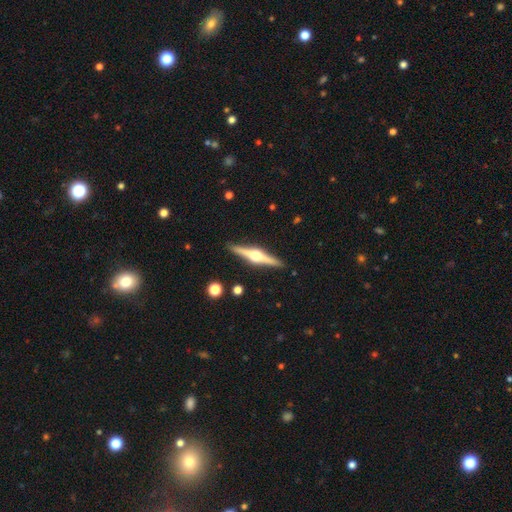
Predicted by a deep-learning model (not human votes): Morphology: type=featured or disk (82%); edge-on=yes (98%); edge-on bulge=rounded (95%); merging=none (91%).